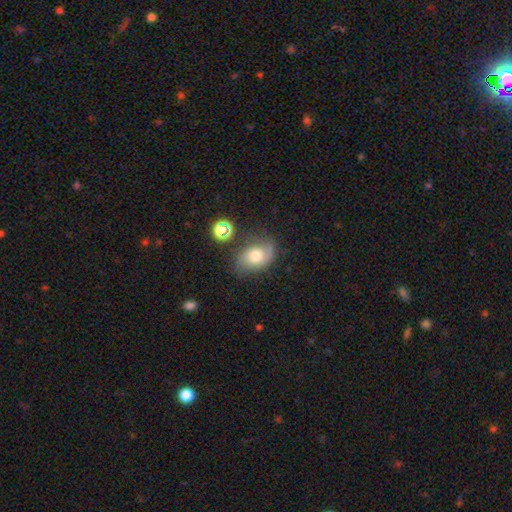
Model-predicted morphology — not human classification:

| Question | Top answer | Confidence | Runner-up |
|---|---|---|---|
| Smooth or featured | smooth | 54% | featured or disk (34%) |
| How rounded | in between | 75% | round (23%) |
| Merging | none | 59% | minor disturbance (26%) |